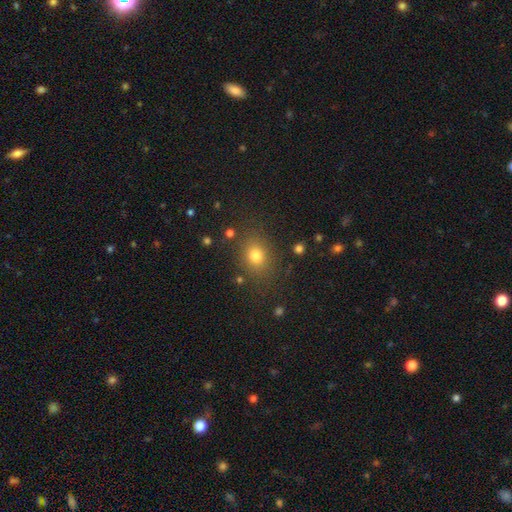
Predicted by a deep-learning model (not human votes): Morphology: type=smooth (77%); roundness=round (60%); merging=none (81%).